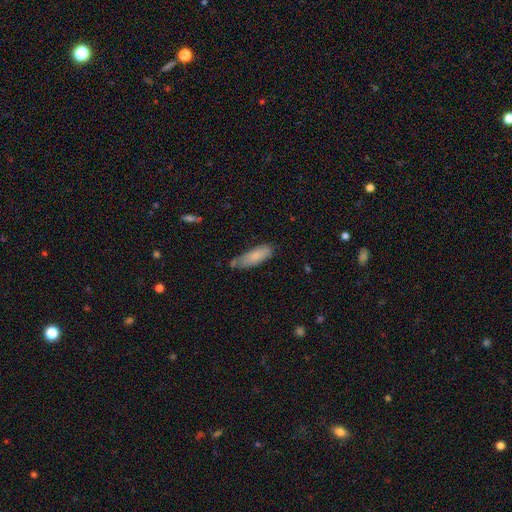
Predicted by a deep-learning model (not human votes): Smooth or featured?
  - smooth: 82% *
  - featured or disk: 11%
  - star or artifact: 6%
How rounded?
  - in between: 56% *
  - cigar-shaped: 43%
  - round: 2%
Merging?
  - none: 57% *
  - minor disturbance: 30%
  - merger: 7%
  - major disturbance: 7%